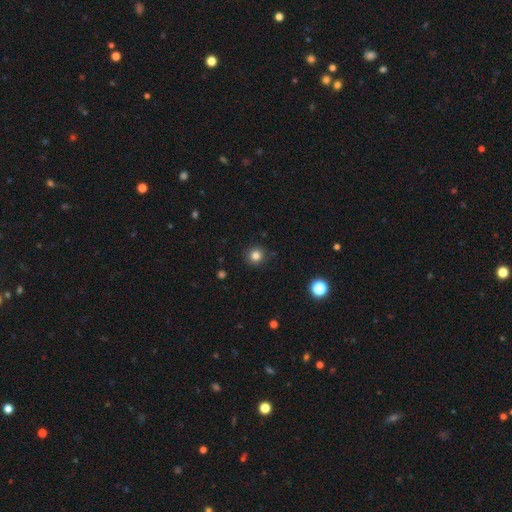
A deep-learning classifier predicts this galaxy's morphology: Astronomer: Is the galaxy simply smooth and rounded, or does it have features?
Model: smooth — 82%.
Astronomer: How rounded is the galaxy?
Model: round — 93%.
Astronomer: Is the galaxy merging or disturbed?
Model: none — 90%.